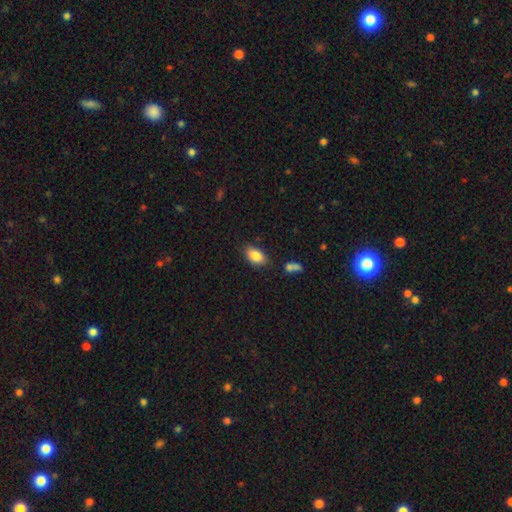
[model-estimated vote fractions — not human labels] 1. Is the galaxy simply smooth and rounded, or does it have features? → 86% smooth, 7% star or artifact, 7% featured or disk.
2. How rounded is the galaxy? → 91% in between, 6% round, 2% cigar-shaped.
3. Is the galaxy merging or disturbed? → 80% none, 13% minor disturbance, 4% merger, 3% major disturbance.